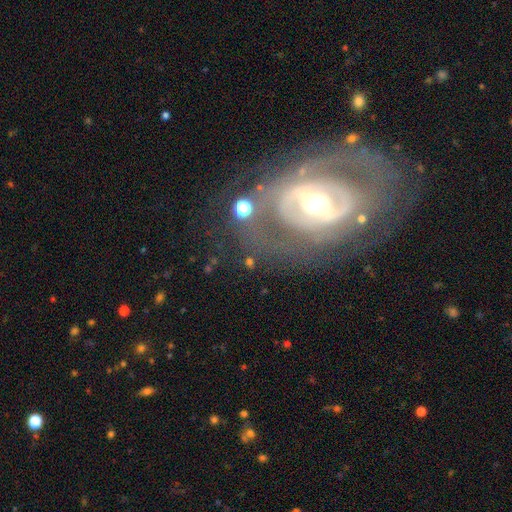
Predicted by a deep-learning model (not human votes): This is clearly a featured or disk galaxy (82%). It is clearly not viewed edge-on (94%). Bar: marginally strong (35%). Spiral arm pattern: likely yes (66%). Spiral arm count: marginally 2 (44%). Spiral winding: possibly tight (57%). Central bulge: likely moderate (62%). Merging: likely none (67%).